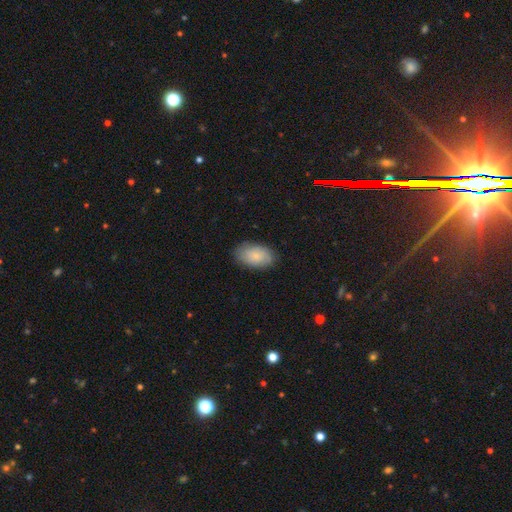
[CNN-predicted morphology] The model was most divided on "smooth or featured": smooth: 78%, featured or disk: 15%, star or artifact: 6%. More confident: how rounded — in between (93%); merging — none (82%).